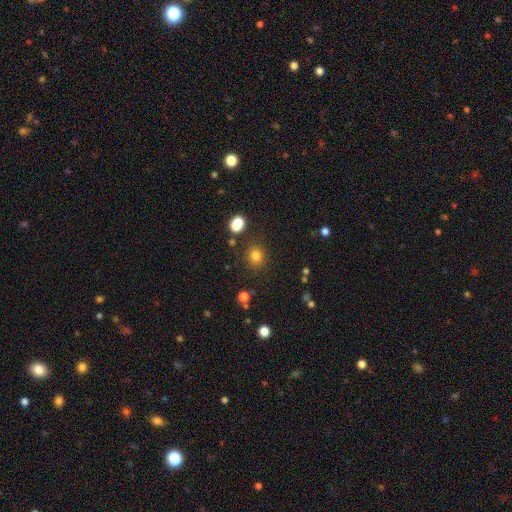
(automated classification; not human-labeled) Overall: smooth (80%). How rounded: round (87%). Merging: none (85%).